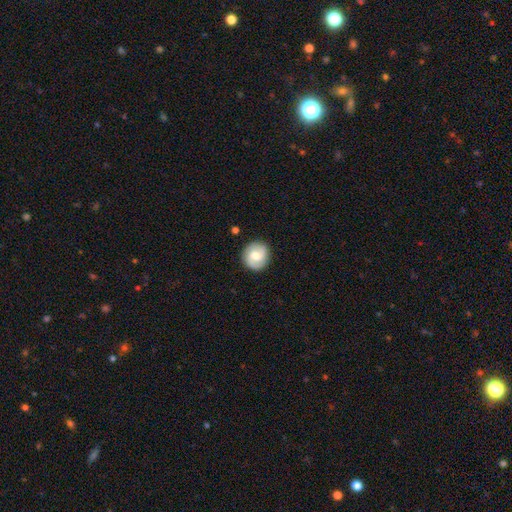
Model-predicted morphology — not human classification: This appears to be a featured or disk galaxy (52%) with a weak bar (49%), spiral arms (85%) and a moderate central bulge (69%). Merging: none (88%).